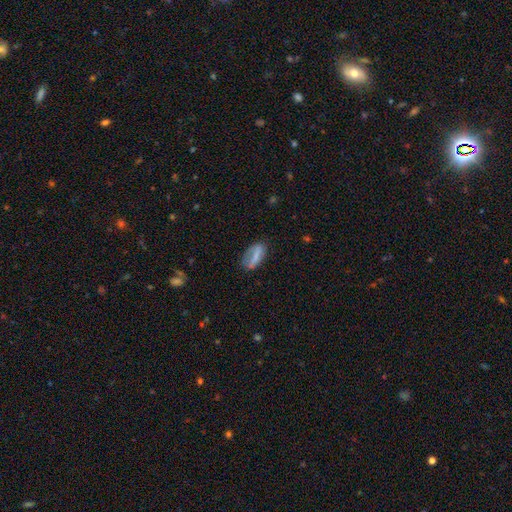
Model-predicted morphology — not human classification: Overall: smooth (64%; featured or disk 28%). How rounded: in between (74%). Merging: none (65%).